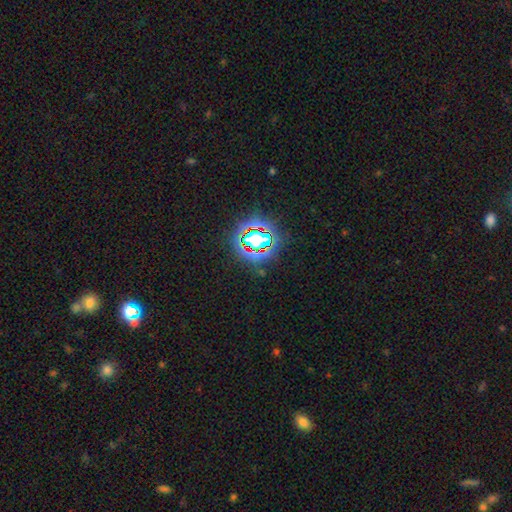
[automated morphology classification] smooth-or-featured: star or artifact: 79% | smooth: 13% | featured or disk: 8%